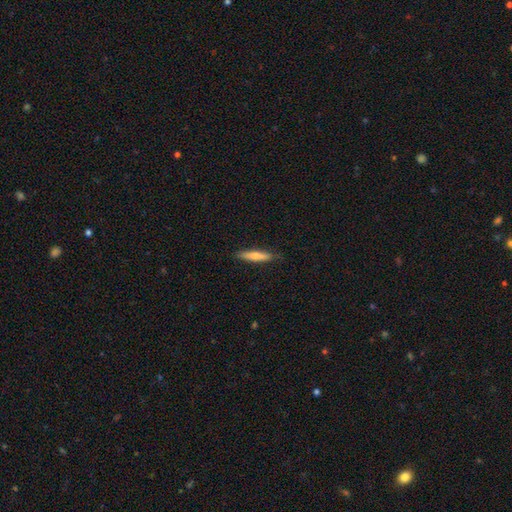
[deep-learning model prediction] The model was most divided on "smooth or featured": smooth: 62%, featured or disk: 33%, star or artifact: 6%. More confident: merging — none (88%); how rounded — cigar-shaped (87%).